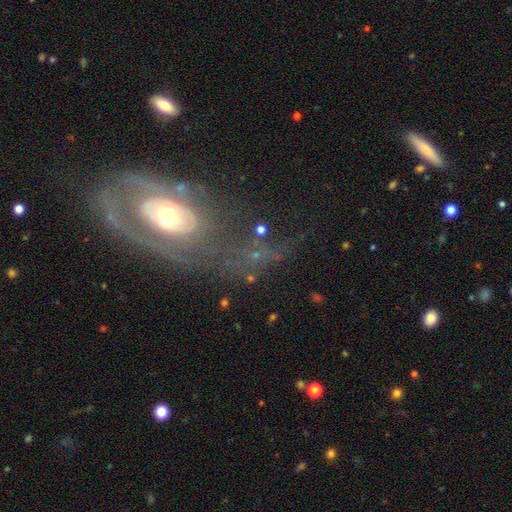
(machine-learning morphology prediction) Smooth or featured?
  - featured or disk: 67% *
  - smooth: 19%
  - star or artifact: 13%
Edge-on disk?
  - no: 90% *
  - yes: 10%
Bar?
  - no: 75% *
  - weak: 17%
  - strong: 8%
Spiral arms?
  - yes: 54% *
  - no: 46%
Bulge size?
  - moderate: 59% *
  - small: 26%
  - large: 10%
  - dominant: 3%
  - none: 2%
Merging?
  - none: 45% *
  - major disturbance: 32%
  - minor disturbance: 18%
  - merger: 5%